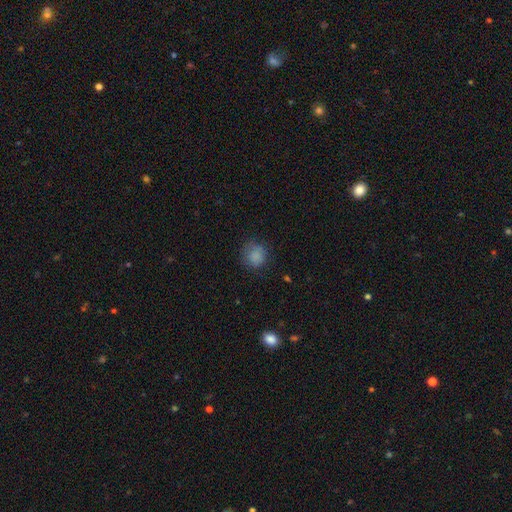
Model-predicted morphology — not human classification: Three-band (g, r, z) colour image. It shows a smooth galaxy with no disk features (84%) that is round (84%). Merging: none (75%).